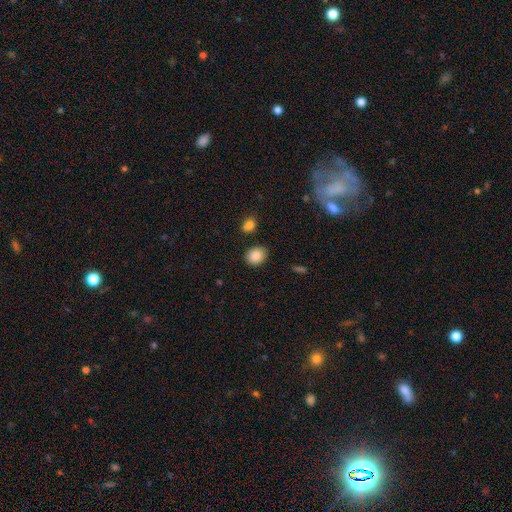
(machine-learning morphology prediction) smooth-or-featured: smooth: 88% | star or artifact: 8% | featured or disk: 4%
  how-rounded: round: 57% | in between: 42% | cigar-shaped: 1%
  merging: none: 84% | minor disturbance: 10% | merger: 4% | major disturbance: 3%